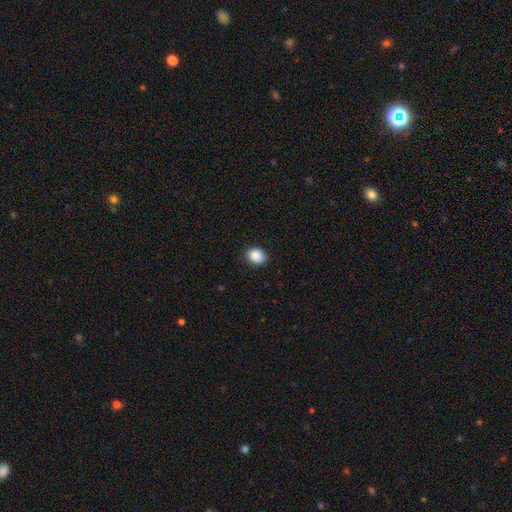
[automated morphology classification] smooth-or-featured: smooth: 88% | star or artifact: 9% | featured or disk: 3%
  how-rounded: in between: 53% | round: 46% | cigar-shaped: 1%
  merging: none: 88% | minor disturbance: 9% | major disturbance: 2% | merger: 1%